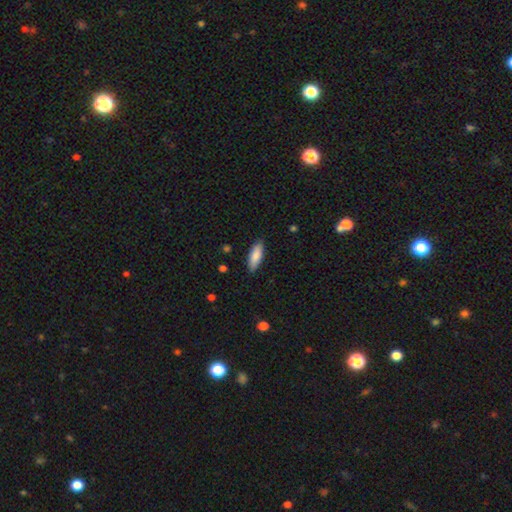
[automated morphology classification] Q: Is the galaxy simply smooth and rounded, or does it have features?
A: smooth — 85%.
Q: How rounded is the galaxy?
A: in between — 67%.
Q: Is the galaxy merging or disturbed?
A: none — 87%.